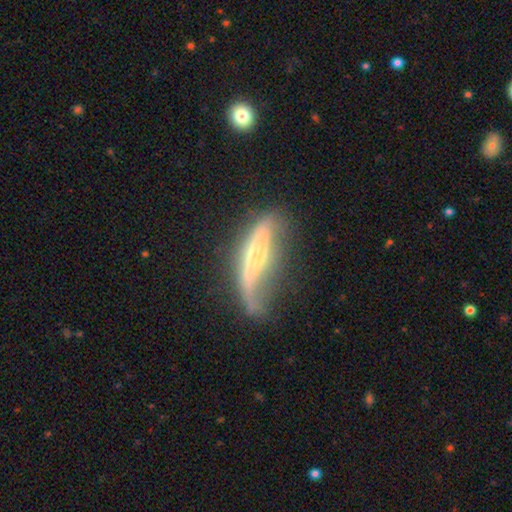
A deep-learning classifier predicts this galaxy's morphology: Q: Smooth or featured?
A: featured or disk (62%); runner-up: smooth (30%)
Q: Edge-on disk?
A: yes (64%); runner-up: no (36%)
Q: Merging?
A: none (38%); runner-up: minor disturbance (30%)